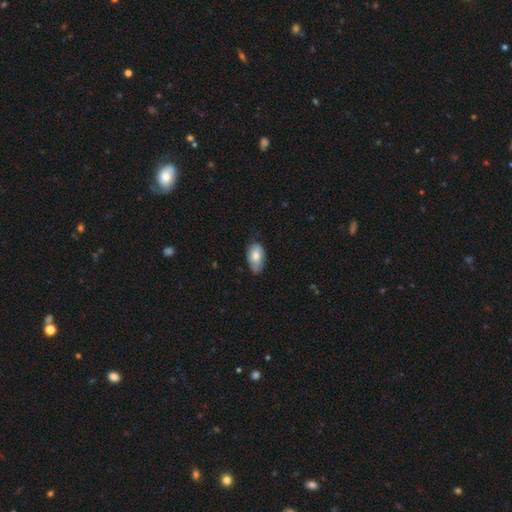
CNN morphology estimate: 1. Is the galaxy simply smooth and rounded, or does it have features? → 75% smooth, 18% featured or disk, 7% star or artifact.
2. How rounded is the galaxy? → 93% in between, 5% round, 2% cigar-shaped.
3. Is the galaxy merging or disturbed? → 57% none, 35% minor disturbance, 6% major disturbance, 1% merger.